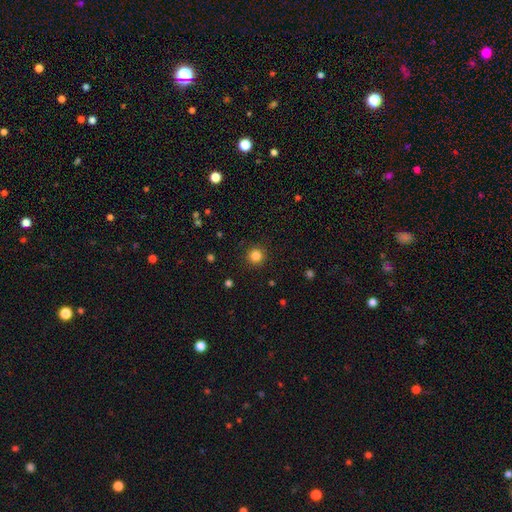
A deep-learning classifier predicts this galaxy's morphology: This appears to be a smooth galaxy with no disk features (83%) that is round (95%). Merging: none (92%).